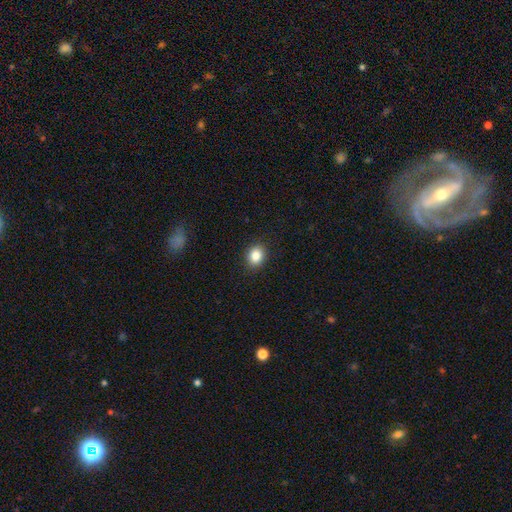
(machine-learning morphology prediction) type=smooth (85%); roundness=round (54%); merging=none (90%).